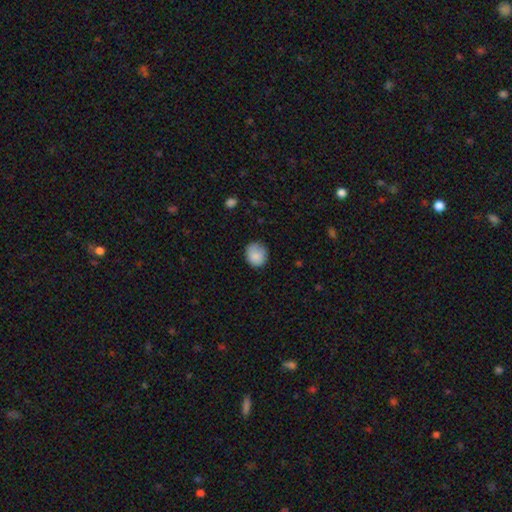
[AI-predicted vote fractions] smooth 85%, star or artifact 8%, featured or disk 7%. Down the decision tree: how rounded — round (82%); merging — none (74%).